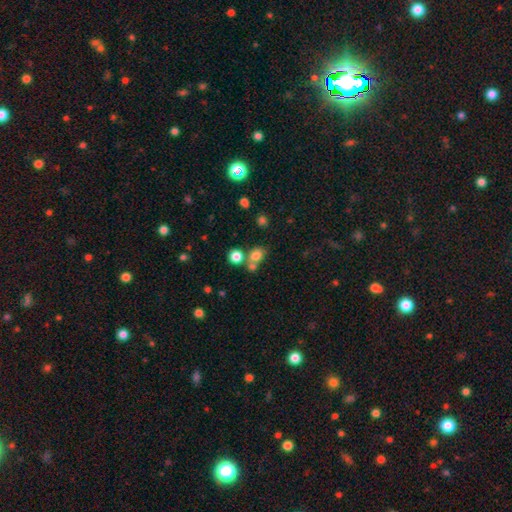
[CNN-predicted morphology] Smooth or featured: smooth — 76% (star or artifact — 16%)
How rounded: round — 62% (in between — 37%)
Merging: none — 53% (merger — 32%)